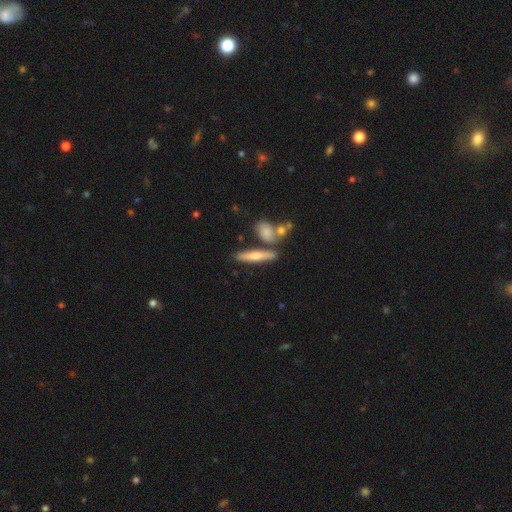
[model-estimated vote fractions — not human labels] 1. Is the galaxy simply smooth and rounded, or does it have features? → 58% smooth, 35% featured or disk, 6% star or artifact.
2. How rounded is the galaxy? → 82% cigar-shaped, 15% in between, 3% round.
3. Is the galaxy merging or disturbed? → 74% none, 13% merger, 10% minor disturbance, 3% major disturbance.